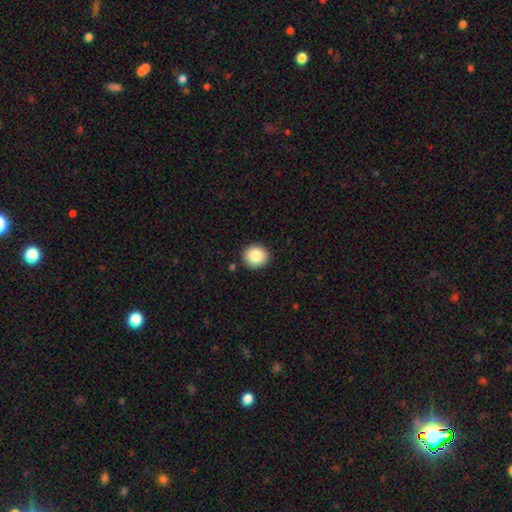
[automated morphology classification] Smooth or featured?
  - smooth: 86% *
  - star or artifact: 8%
  - featured or disk: 6%
How rounded?
  - round: 88% *
  - in between: 11%
  - cigar-shaped: 1%
Merging?
  - none: 91% *
  - minor disturbance: 6%
  - major disturbance: 2%
  - merger: 1%